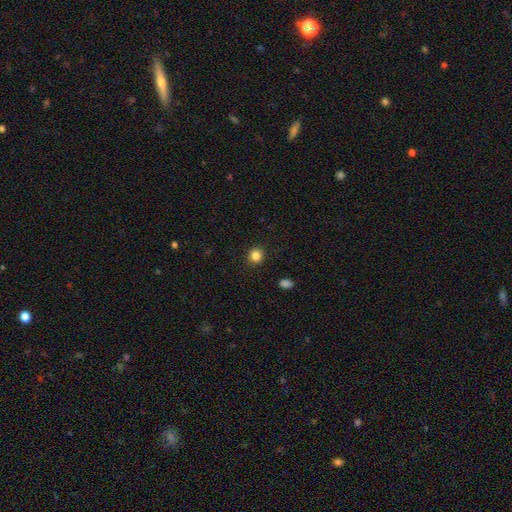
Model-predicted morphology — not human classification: Smooth or featured?
  - smooth: 84% *
  - star or artifact: 12%
  - featured or disk: 4%
How rounded?
  - round: 90% *
  - in between: 9%
  - cigar-shaped: 1%
Merging?
  - none: 92% *
  - minor disturbance: 5%
  - major disturbance: 2%
  - merger: 1%